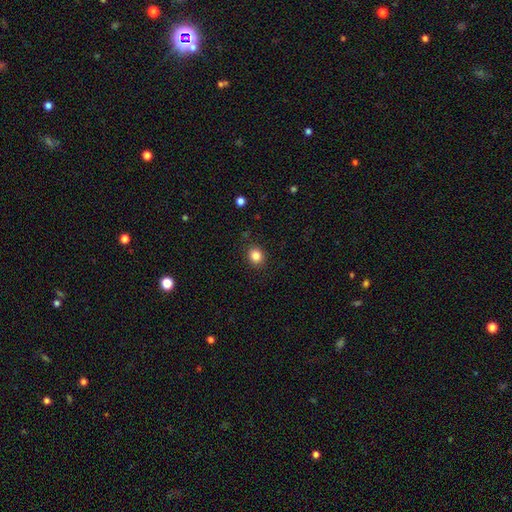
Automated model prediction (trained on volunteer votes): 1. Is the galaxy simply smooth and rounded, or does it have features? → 85% smooth, 11% star or artifact, 4% featured or disk.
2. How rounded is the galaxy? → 72% round, 27% in between, 1% cigar-shaped.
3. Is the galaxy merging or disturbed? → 88% none, 8% minor disturbance, 2% major disturbance, 1% merger.